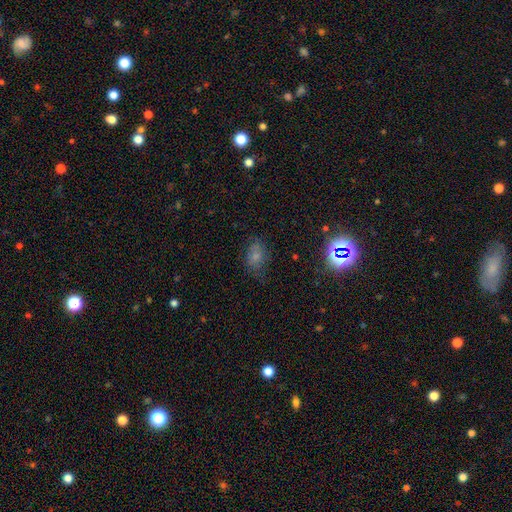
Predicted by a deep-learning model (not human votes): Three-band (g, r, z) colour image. It shows a smooth galaxy with no disk features (65%) that is in between round and cigar-shaped (78%). Merging: none (61%).